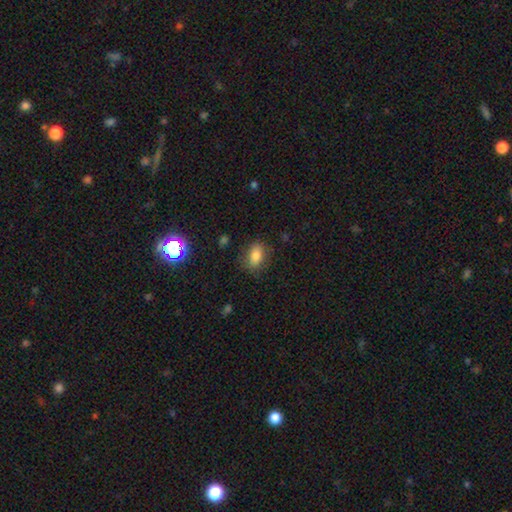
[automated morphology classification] The model was most divided on "merging": none: 79%, minor disturbance: 15%, major disturbance: 4%, merger: 2%. More confident: how rounded — in between (82%); smooth or featured — smooth (81%).